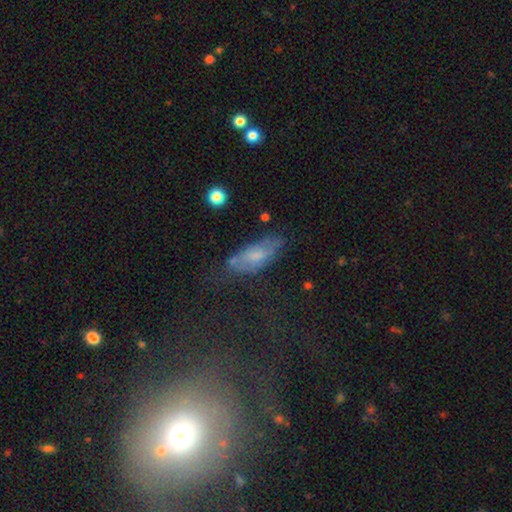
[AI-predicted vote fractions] Smooth or featured? smooth (59%)
How rounded? in between (75%)
Merging? none (55%)